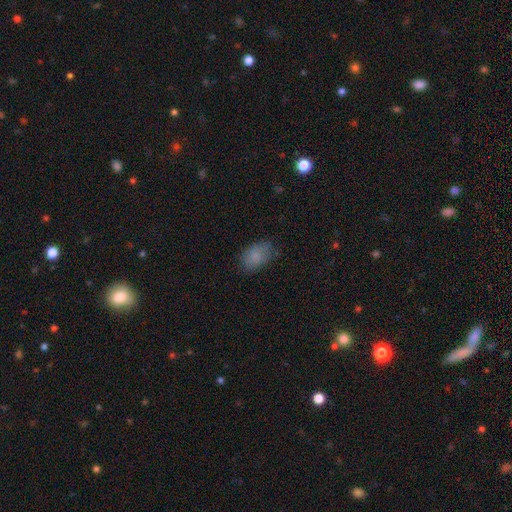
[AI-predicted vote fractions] Smooth or featured?
  - smooth: 84% *
  - star or artifact: 8%
  - featured or disk: 8%
How rounded?
  - in between: 90% *
  - round: 9%
  - cigar-shaped: 2%
Merging?
  - none: 76% *
  - minor disturbance: 18%
  - major disturbance: 4%
  - merger: 1%